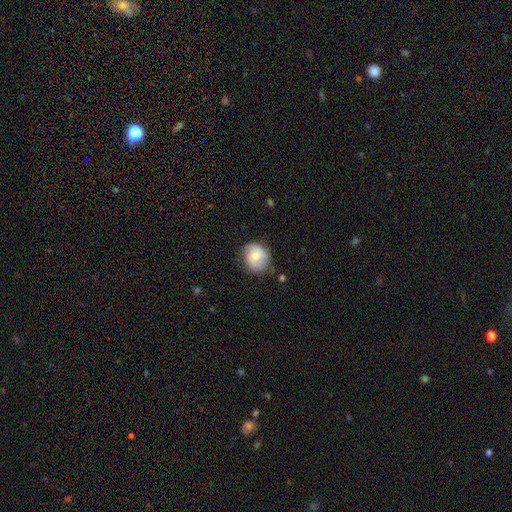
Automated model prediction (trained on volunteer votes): Smooth or featured: smooth — 65% (featured or disk — 28%)
How rounded: round — 73% (in between — 26%)
Merging: none — 71% (minor disturbance — 21%)